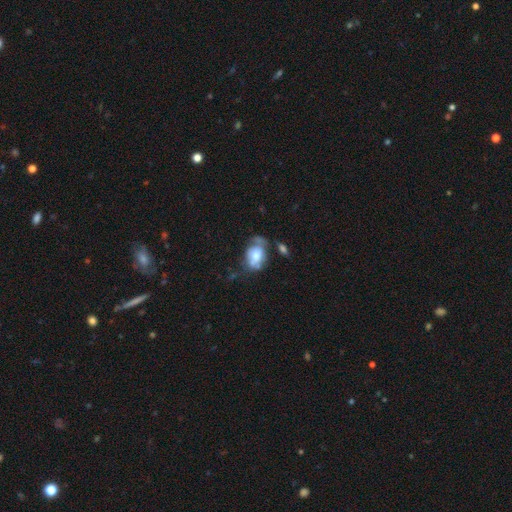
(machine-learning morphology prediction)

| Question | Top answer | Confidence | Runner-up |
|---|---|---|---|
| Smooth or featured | smooth | 58% | featured or disk (34%) |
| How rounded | in between | 80% | round (19%) |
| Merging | none | 30% | minor disturbance (29%) |